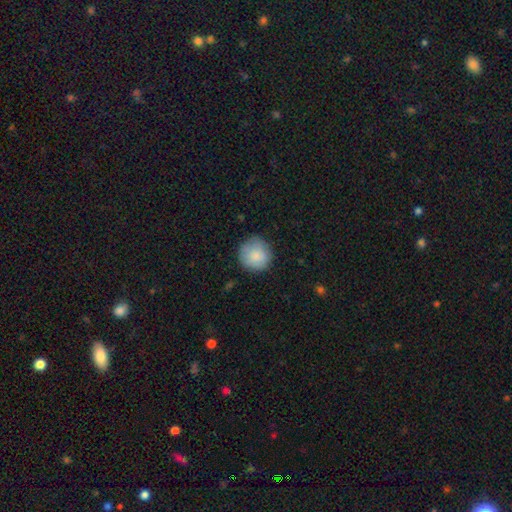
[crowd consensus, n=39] A smooth galaxy with no disk features (95%) that is round (95%). Merging: none (84%).